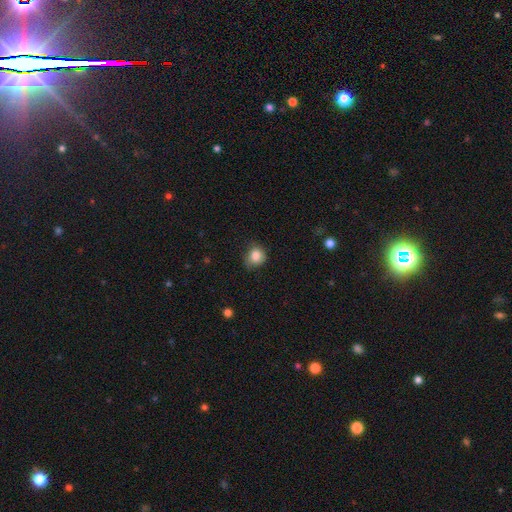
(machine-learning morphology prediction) This appears to be a smooth galaxy with no disk features (84%) that is round (76%). Merging: none (64%).